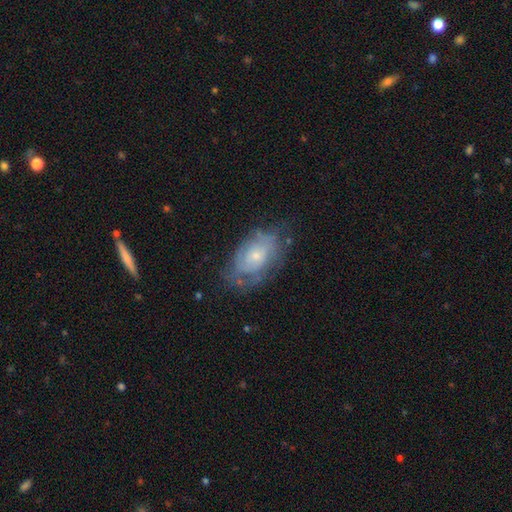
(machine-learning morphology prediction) Smooth or featured? Predicted: featured or disk (p=0.62). Edge-on disk? Predicted: no (p=0.94). Bar? Predicted: no (p=0.80). Spiral arms? Predicted: yes (p=0.68). Bulge size? Predicted: small (p=0.61). Merging? Predicted: none (p=0.60).